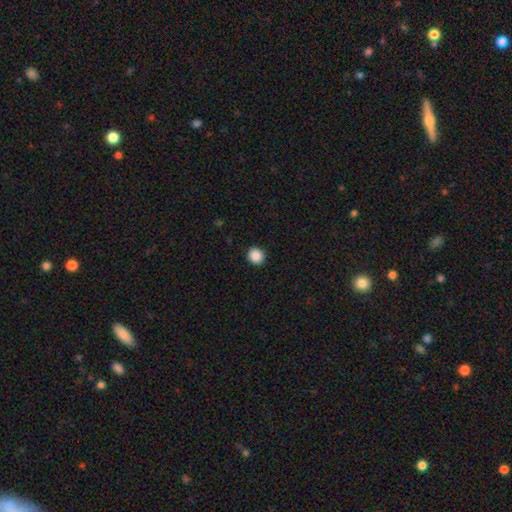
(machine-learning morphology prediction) smooth_or_featured: smooth (p=0.89) [alt: star or artifact p=0.09]
how_rounded: round (p=0.90) [alt: in between p=0.09]
merging: none (p=0.92) [alt: minor disturbance p=0.05]